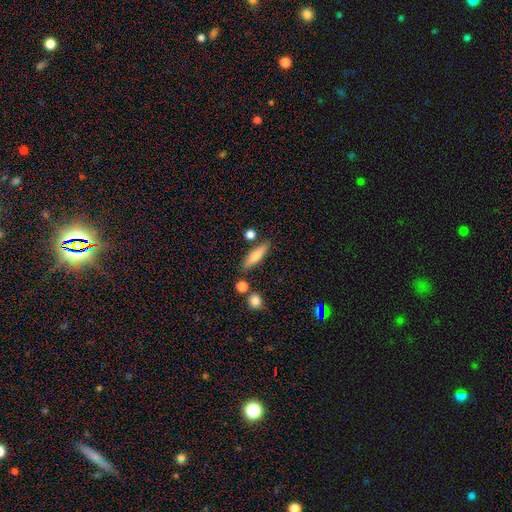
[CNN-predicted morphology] Smooth or featured? smooth (67%)
How rounded? cigar-shaped (67%)
Merging? none (81%)